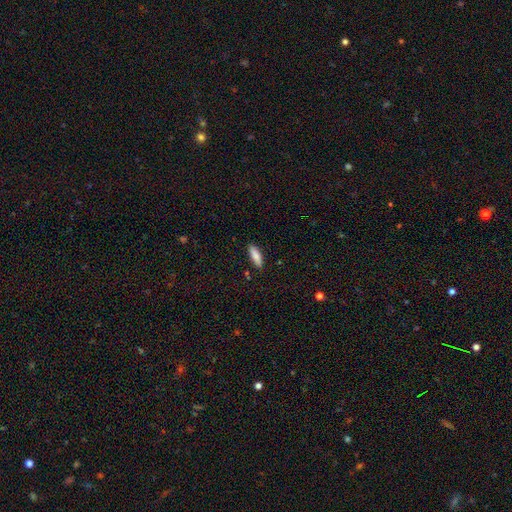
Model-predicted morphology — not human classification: The model was most divided on "how rounded": in between: 50%, cigar-shaped: 48%, round: 2%. More confident: merging — none (85%); smooth or featured — smooth (84%).